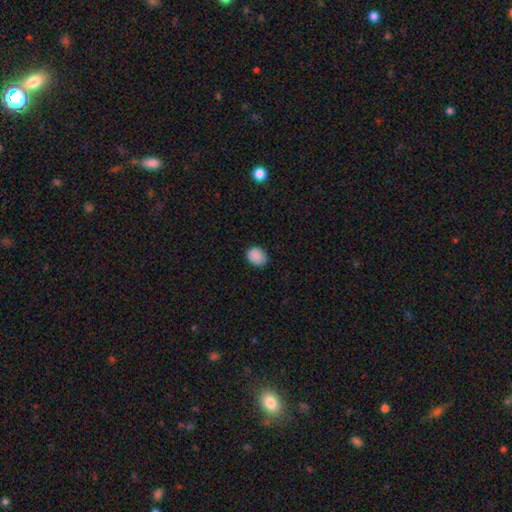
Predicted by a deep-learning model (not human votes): A smooth galaxy with no disk features (88%) that is in between round and cigar-shaped (52%).

Vote fractions:
- Smooth or featured? smooth: 88% / star or artifact: 9% / featured or disk: 3%
- How rounded? in between: 52% / round: 47% / cigar-shaped: 1%
- Merging? none: 80% / minor disturbance: 16% / major disturbance: 3% / merger: 1%